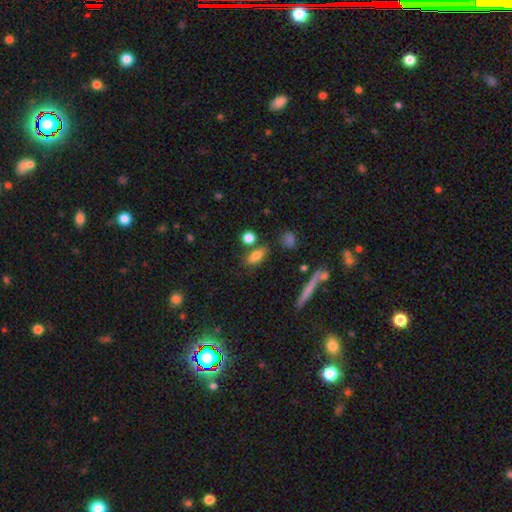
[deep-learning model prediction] A smooth galaxy with no disk features (79%) that is in between round and cigar-shaped (74%).

Vote fractions:
- Smooth or featured? smooth: 79% / featured or disk: 11% / star or artifact: 10%
- How rounded? in between: 74% / cigar-shaped: 15% / round: 11%
- Merging? none: 72% / minor disturbance: 13% / merger: 11% / major disturbance: 4%